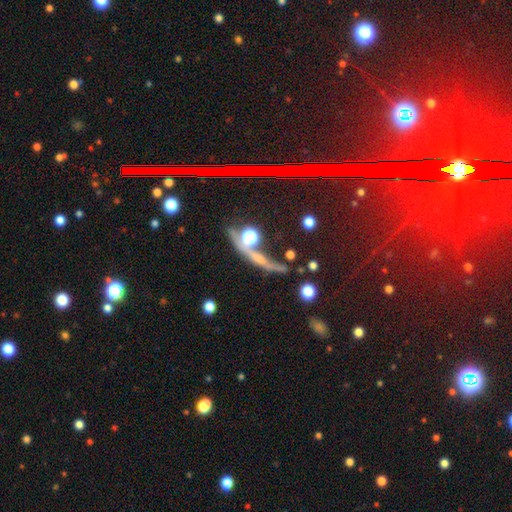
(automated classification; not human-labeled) Q: Smooth or featured?
A: featured or disk (41%); runner-up: smooth (31%)
Q: Merging?
A: none (44%); runner-up: merger (20%)